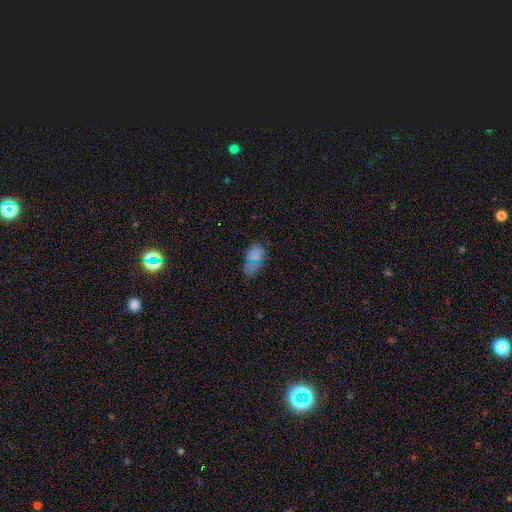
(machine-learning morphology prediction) A smooth galaxy with no disk features (63%) that is in between round and cigar-shaped (86%).

Vote fractions:
- Smooth or featured? smooth: 63% / star or artifact: 29% / featured or disk: 8%
- How rounded? in between: 86% / round: 11% / cigar-shaped: 3%
- Merging? none: 76% / minor disturbance: 15% / major disturbance: 5% / merger: 3%